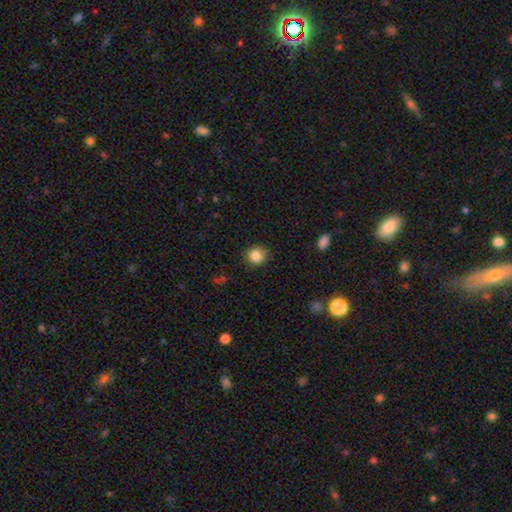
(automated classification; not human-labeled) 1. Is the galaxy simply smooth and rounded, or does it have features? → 85% smooth, 10% star or artifact, 5% featured or disk.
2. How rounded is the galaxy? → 83% round, 16% in between, 1% cigar-shaped.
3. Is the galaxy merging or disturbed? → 85% none, 12% minor disturbance, 3% major disturbance, 1% merger.